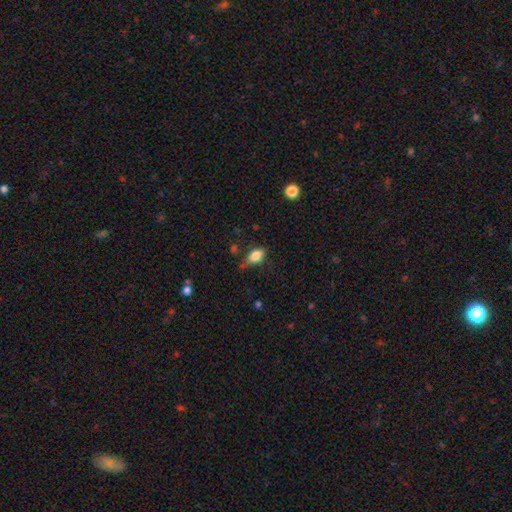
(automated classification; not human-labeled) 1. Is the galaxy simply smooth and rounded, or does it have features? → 81% smooth, 10% featured or disk, 9% star or artifact.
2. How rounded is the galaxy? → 85% in between, 10% round, 5% cigar-shaped.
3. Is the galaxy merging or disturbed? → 62% none, 27% minor disturbance, 8% major disturbance, 3% merger.